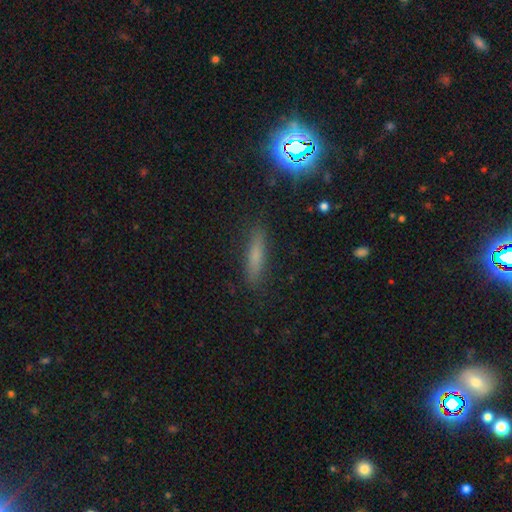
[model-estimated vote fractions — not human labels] Morphology: type=smooth (62%); roundness=cigar-shaped (82%); merging=none (86%).